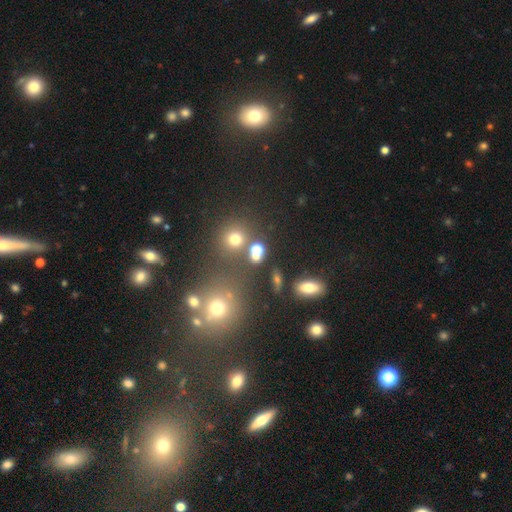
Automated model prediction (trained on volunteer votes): This is likely a smooth galaxy (65%). How rounded: possibly round (59%). Merging: likely none (65%).